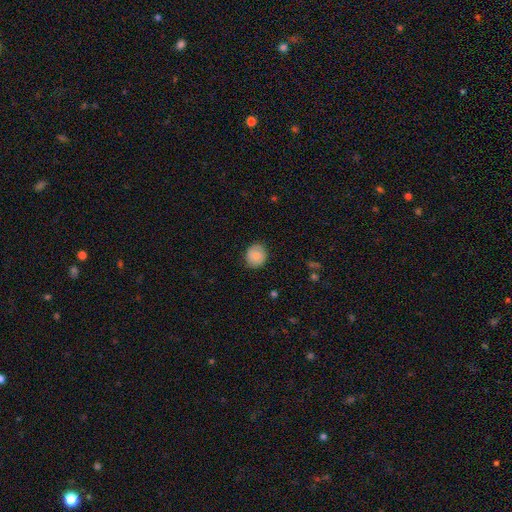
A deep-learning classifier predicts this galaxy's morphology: Smooth or featured: smooth — 72% (featured or disk — 20%)
How rounded: round — 78% (in between — 21%)
Merging: none — 82% (minor disturbance — 13%)